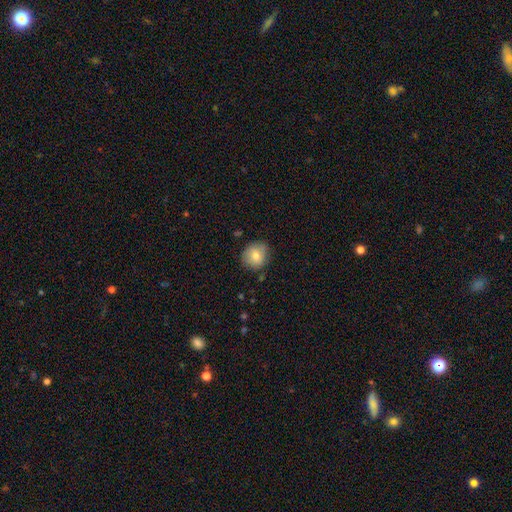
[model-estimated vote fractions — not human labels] Smooth or featured? Predicted: smooth (p=0.76). How rounded? Predicted: round (p=0.80). Merging? Predicted: none (p=0.79).